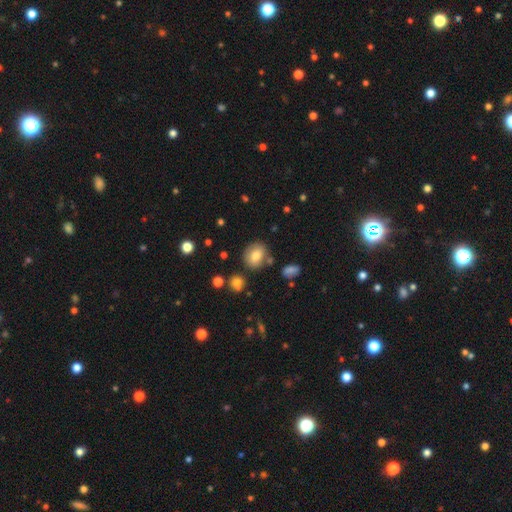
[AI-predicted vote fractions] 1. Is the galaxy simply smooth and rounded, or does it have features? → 77% smooth, 13% featured or disk, 10% star or artifact.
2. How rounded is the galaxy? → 56% round, 43% in between, 1% cigar-shaped.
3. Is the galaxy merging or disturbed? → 78% none, 13% minor disturbance, 6% merger, 4% major disturbance.